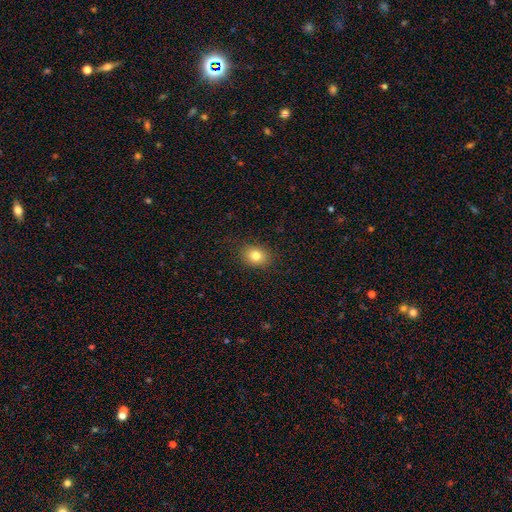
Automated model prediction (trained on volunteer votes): This is clearly a smooth galaxy (80%). How rounded: possibly in between (53%). Merging: clearly none (87%).